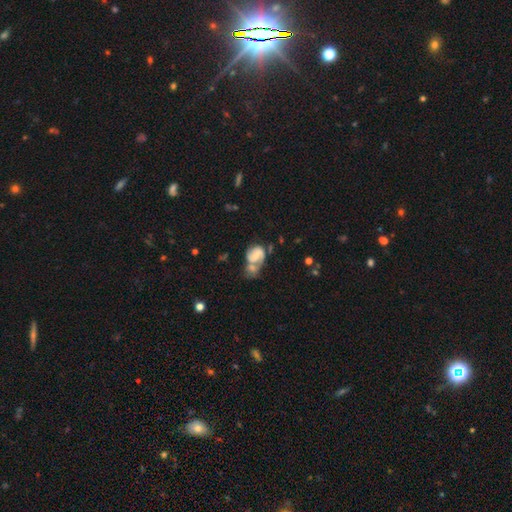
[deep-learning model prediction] Q: Smooth or featured?
A: featured or disk (55%); runner-up: smooth (36%)
Q: Edge-on disk?
A: no (98%); runner-up: yes (2%)
Q: Bar?
A: no (56%); runner-up: weak (33%)
Q: Spiral arms?
A: yes (76%); runner-up: no (24%)
Q: Bulge size?
A: small (41%); runner-up: moderate (27%)
Q: Merging?
A: merger (53%); runner-up: none (19%)